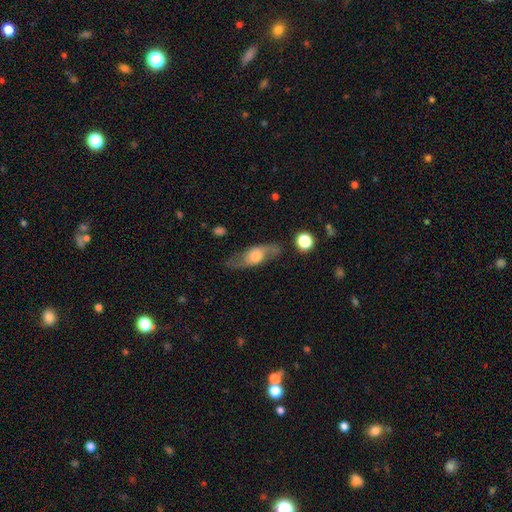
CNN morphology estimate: This is likely a featured or disk galaxy (61%). It is likely not viewed edge-on (67%). Merging: likely none (72%).